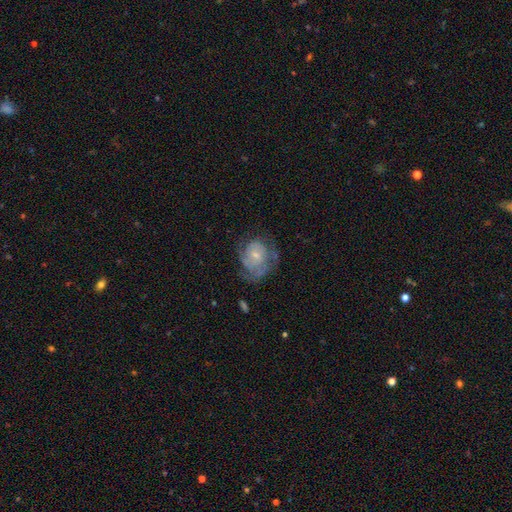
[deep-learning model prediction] A featured or disk galaxy (65%) with no bar (74%), tight (53%) spiral arms (81%) and a small central bulge (66%). Merging: none (52%).